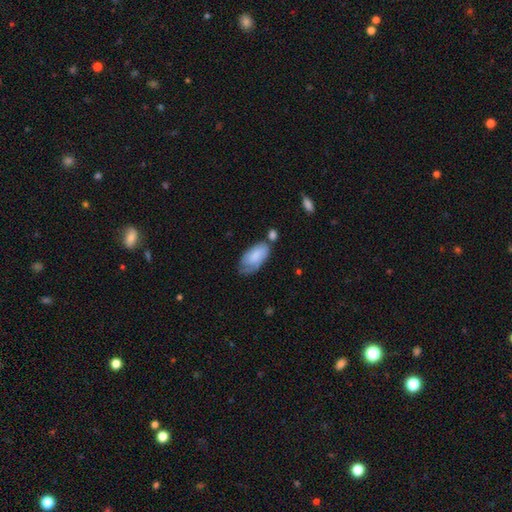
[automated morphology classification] Q: Smooth or featured?
A: smooth (72%); runner-up: featured or disk (22%)
Q: How rounded?
A: in between (92%); runner-up: cigar-shaped (5%)
Q: Merging?
A: none (44%); runner-up: minor disturbance (31%)